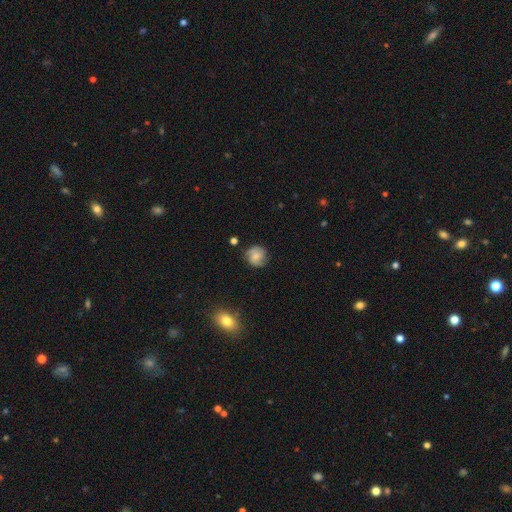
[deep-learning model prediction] featured or disk 46%, smooth 44%, star or artifact 9%. Down the decision tree: merging — none (75%).